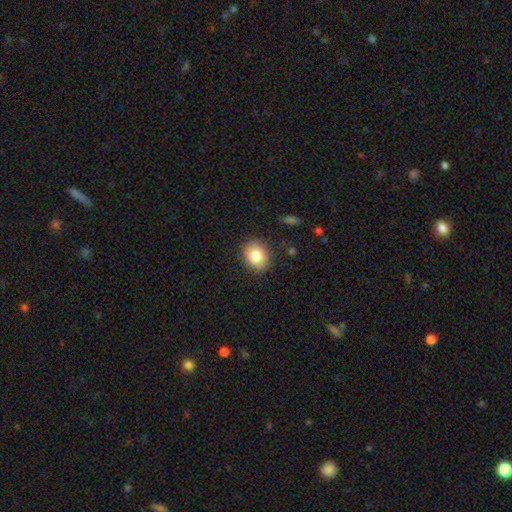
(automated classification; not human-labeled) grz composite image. It shows a smooth galaxy with no disk features (82%) that is round (60%). Merging: none (85%).